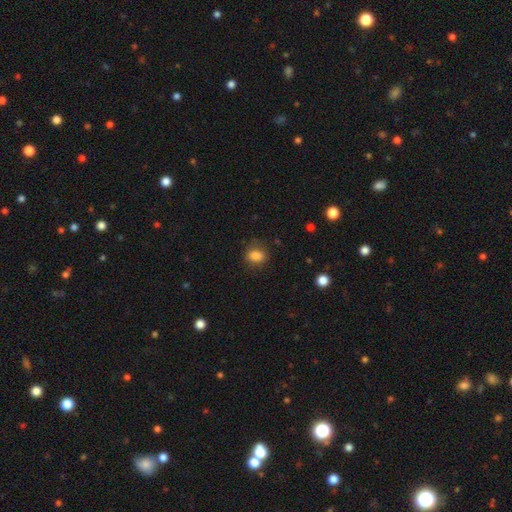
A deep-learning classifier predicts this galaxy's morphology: A smooth galaxy with no disk features (85%) that is in between round and cigar-shaped (64%). Merging: none (75%).